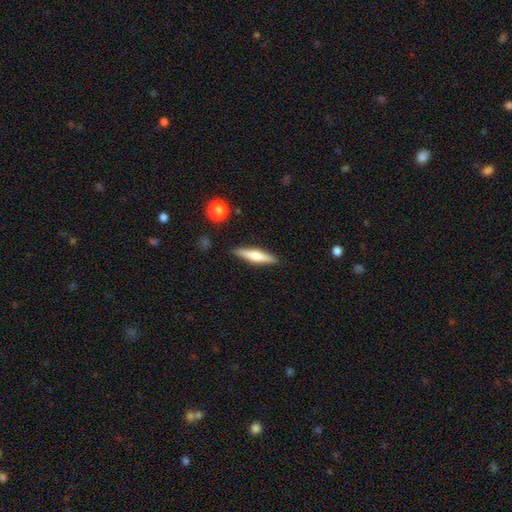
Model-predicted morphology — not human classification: Smooth or featured? smooth (48%)
Merging? none (89%)